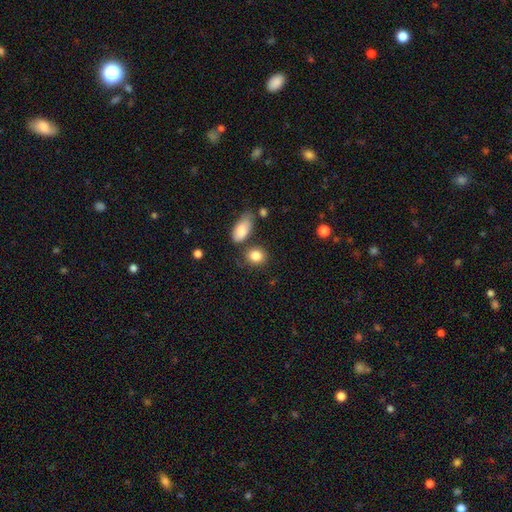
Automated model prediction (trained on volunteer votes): smooth_or_featured: smooth (p=0.85) [alt: star or artifact p=0.08]
how_rounded: round (p=0.51) [alt: in between p=0.47]
merging: none (p=0.69) [alt: minor disturbance p=0.15]